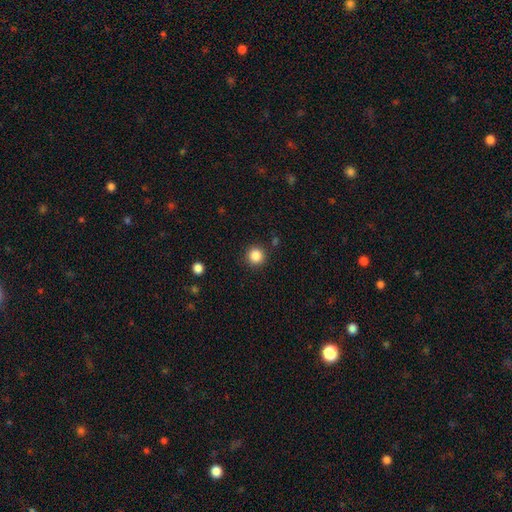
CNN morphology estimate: smooth 86%, star or artifact 11%, featured or disk 4%. Down the decision tree: how rounded — round (95%); merging — none (90%).